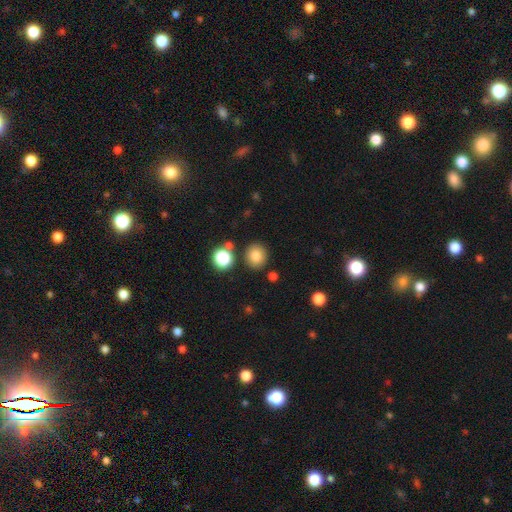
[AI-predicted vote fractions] smooth-or-featured: smooth: 82% | star or artifact: 12% | featured or disk: 7%
  how-rounded: round: 82% | in between: 17% | cigar-shaped: 1%
  merging: none: 83% | minor disturbance: 8% | merger: 6% | major disturbance: 3%